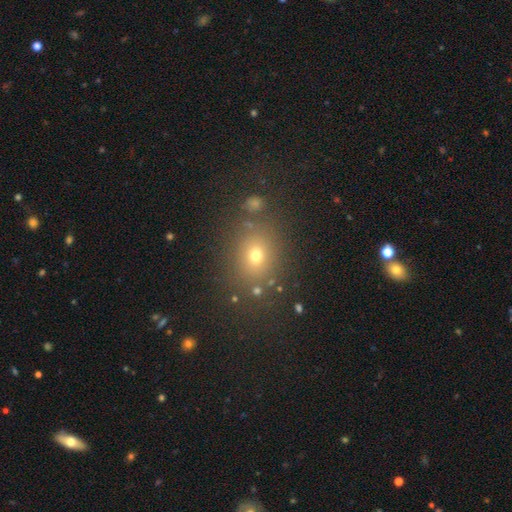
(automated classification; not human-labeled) The model was most divided on "how rounded": round: 65%, in between: 34%, cigar-shaped: 1%. More confident: merging — none (80%); smooth or featured — smooth (67%).